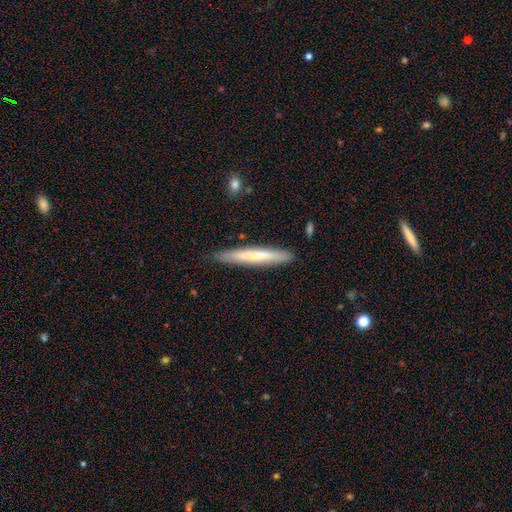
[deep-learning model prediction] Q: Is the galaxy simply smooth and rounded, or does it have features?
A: smooth — 63%.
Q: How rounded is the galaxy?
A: cigar-shaped — 95%.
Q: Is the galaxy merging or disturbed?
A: none — 87%.